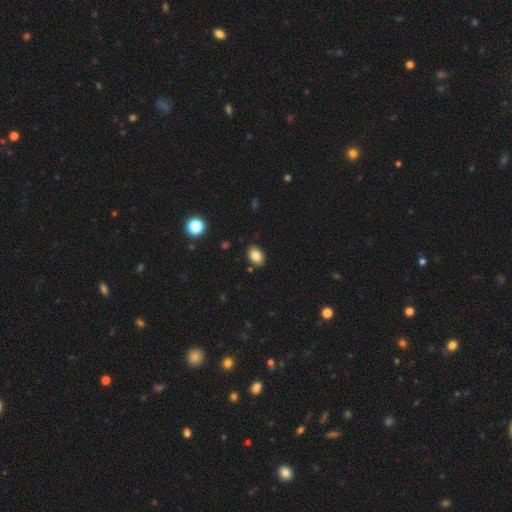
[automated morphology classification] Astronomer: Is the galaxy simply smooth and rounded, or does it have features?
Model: smooth — 83%.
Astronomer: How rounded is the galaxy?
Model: in between — 79%.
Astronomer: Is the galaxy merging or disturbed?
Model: none — 87%.